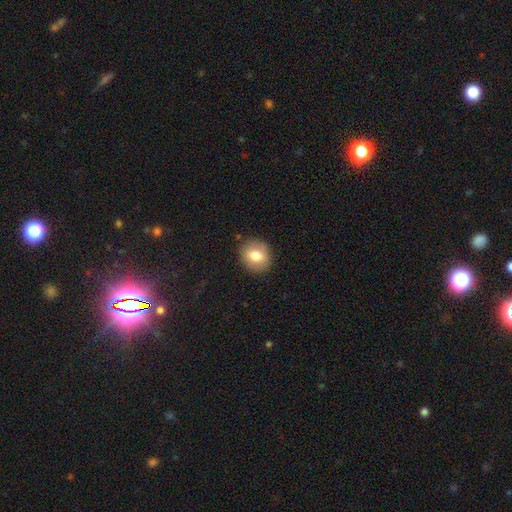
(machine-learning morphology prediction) smooth_or_featured: smooth (p=0.77) [alt: featured or disk p=0.15]
how_rounded: round (p=0.69) [alt: in between p=0.30]
merging: none (p=0.87) [alt: minor disturbance p=0.09]